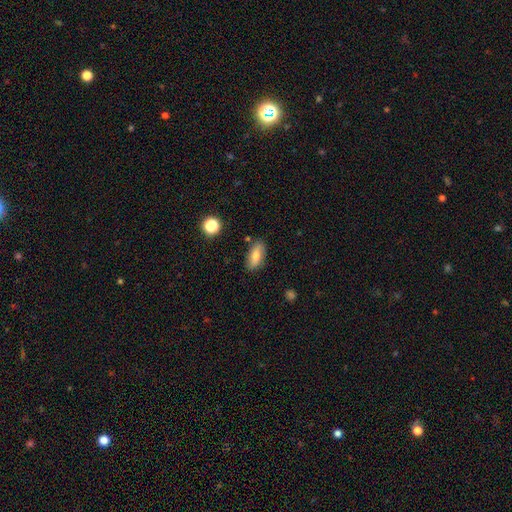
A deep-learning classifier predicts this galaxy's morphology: Q: Smooth or featured?
A: smooth (73%); runner-up: featured or disk (19%)
Q: How rounded?
A: in between (82%); runner-up: cigar-shaped (14%)
Q: Merging?
A: none (82%); runner-up: minor disturbance (13%)